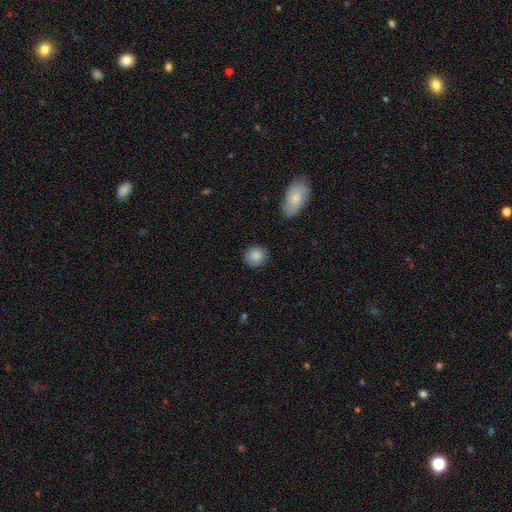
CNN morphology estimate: A smooth galaxy with no disk features (86%) that is round (80%).

Vote fractions:
- Smooth or featured? smooth: 86% / star or artifact: 8% / featured or disk: 6%
- How rounded? round: 80% / in between: 19% / cigar-shaped: 1%
- Merging? none: 84% / minor disturbance: 12% / major disturbance: 3% / merger: 1%